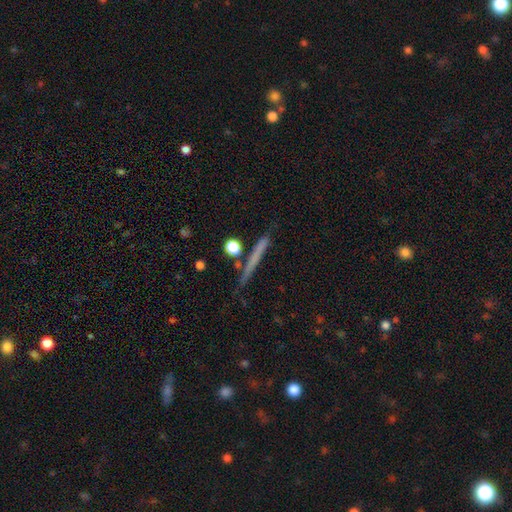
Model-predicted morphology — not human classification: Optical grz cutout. It shows a smooth galaxy with no disk features (52%) that is cigar-shaped (91%). Merging: none (83%).